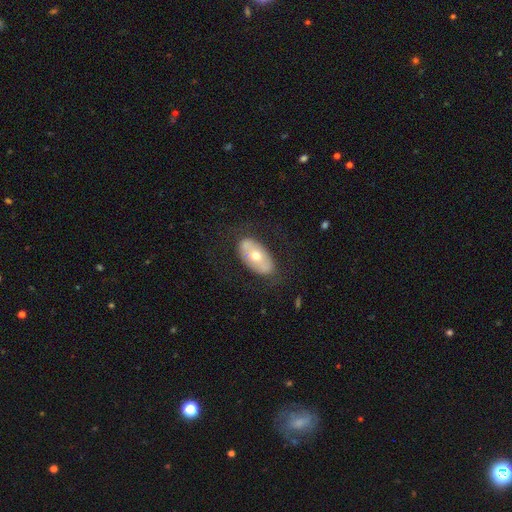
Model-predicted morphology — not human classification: This appears to be a smooth galaxy with no disk features (47%, tied with featured or disk). Merging: none (73%).